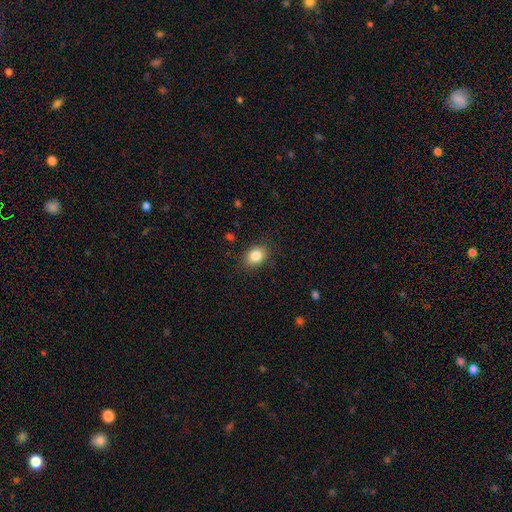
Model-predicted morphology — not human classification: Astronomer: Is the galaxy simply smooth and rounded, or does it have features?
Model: smooth — 84%.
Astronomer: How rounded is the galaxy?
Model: in between — 60% (runner-up: round, 39%).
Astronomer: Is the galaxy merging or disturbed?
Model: none — 86%.